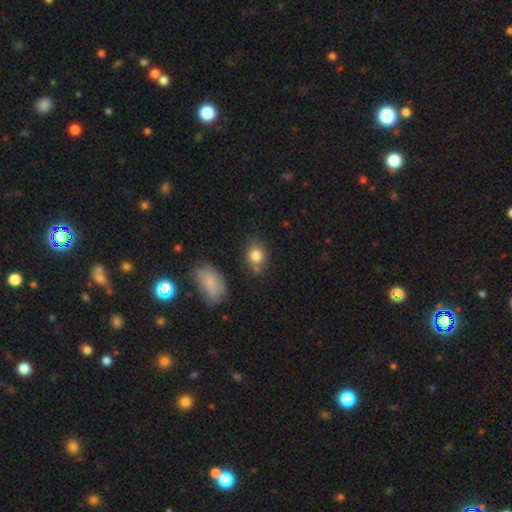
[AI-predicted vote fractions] A smooth galaxy with no disk features (82%) that is round (52%).

Vote fractions:
- Smooth or featured? smooth: 82% / star or artifact: 9% / featured or disk: 8%
- How rounded? round: 52% / in between: 47% / cigar-shaped: 2%
- Merging? none: 67% / minor disturbance: 18% / merger: 10% / major disturbance: 5%